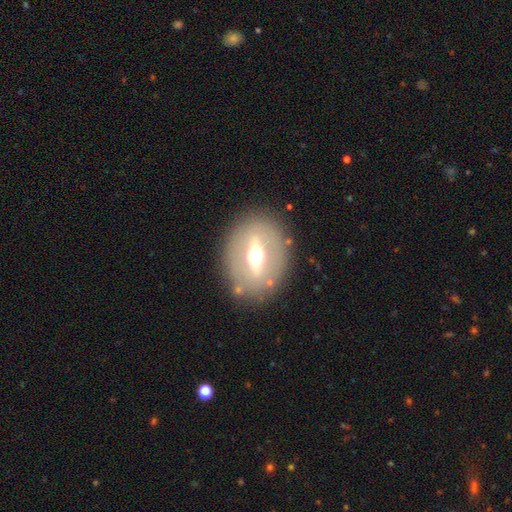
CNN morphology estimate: The model was most divided on "smooth or featured": featured or disk: 62%, smooth: 31%, star or artifact: 8%. More confident: merging — none (81%); edge-on disk — no (73%).